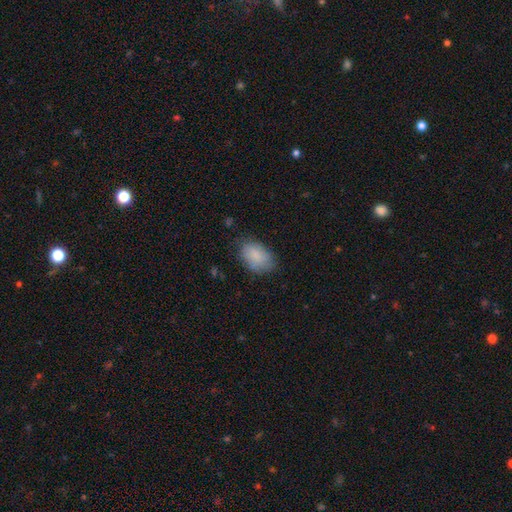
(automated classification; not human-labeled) smooth_or_featured: smooth (p=0.86) [alt: featured or disk p=0.08]
how_rounded: in between (p=0.89) [alt: round p=0.10]
merging: none (p=0.72) [alt: minor disturbance p=0.21]